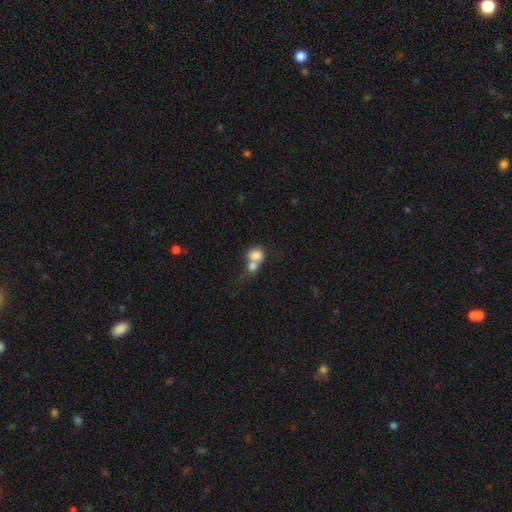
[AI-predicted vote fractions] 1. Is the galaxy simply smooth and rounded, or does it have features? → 76% smooth, 15% featured or disk, 9% star or artifact.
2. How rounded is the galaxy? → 60% round, 39% in between, 1% cigar-shaped.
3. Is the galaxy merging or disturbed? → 70% merger, 18% none, 6% minor disturbance, 6% major disturbance.